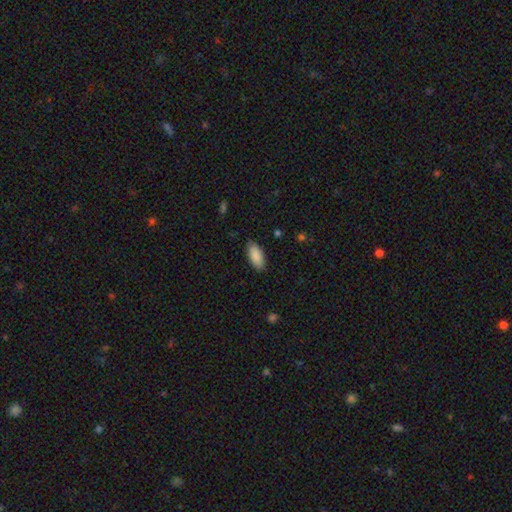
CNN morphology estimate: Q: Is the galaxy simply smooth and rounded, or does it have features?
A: smooth — 89%.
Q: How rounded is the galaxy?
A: in between — 89%.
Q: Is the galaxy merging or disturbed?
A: none — 86%.